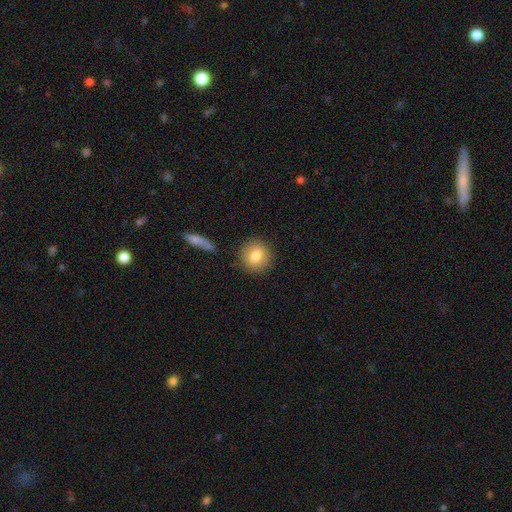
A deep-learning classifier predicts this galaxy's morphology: A smooth galaxy with no disk features (81%) that is round (87%). Merging: none (86%).